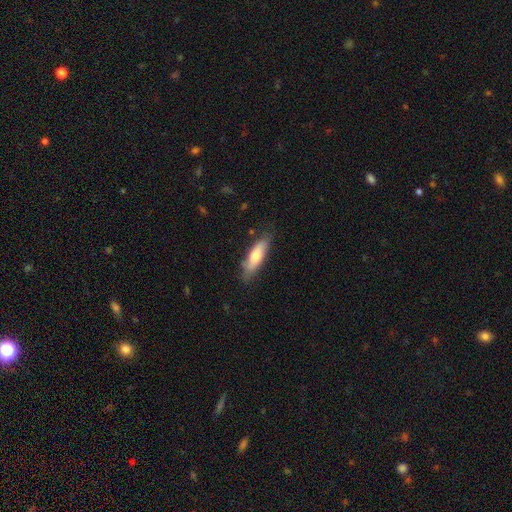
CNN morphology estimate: Smooth or featured?
  - smooth: 66% *
  - featured or disk: 29%
  - star or artifact: 6%
How rounded?
  - in between: 50% *
  - cigar-shaped: 48%
  - round: 2%
Merging?
  - none: 76% *
  - minor disturbance: 19%
  - major disturbance: 3%
  - merger: 2%